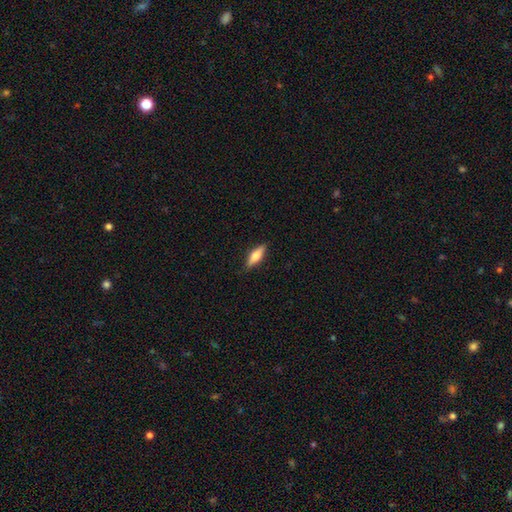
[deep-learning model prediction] Morphology: type=smooth (67%); roundness=in between (51%); merging=none (87%).